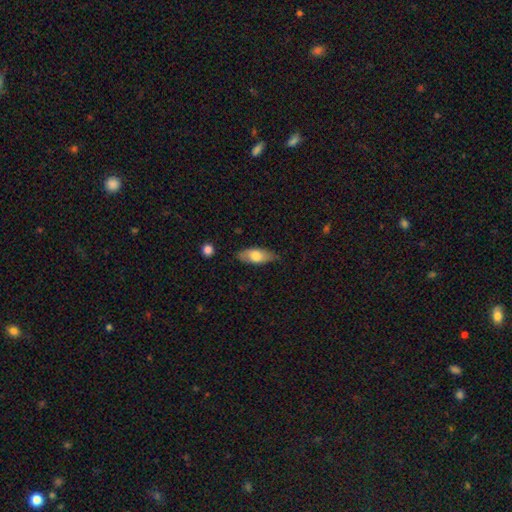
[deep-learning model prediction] Morphology: type=smooth (71%); roundness=in between (81%); merging=none (73%).